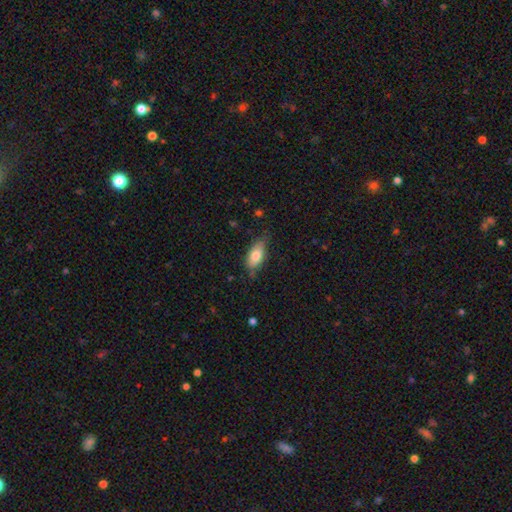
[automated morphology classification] Smooth or featured: smooth — 77% (featured or disk — 16%)
How rounded: in between — 86% (cigar-shaped — 10%)
Merging: none — 69% (minor disturbance — 25%)